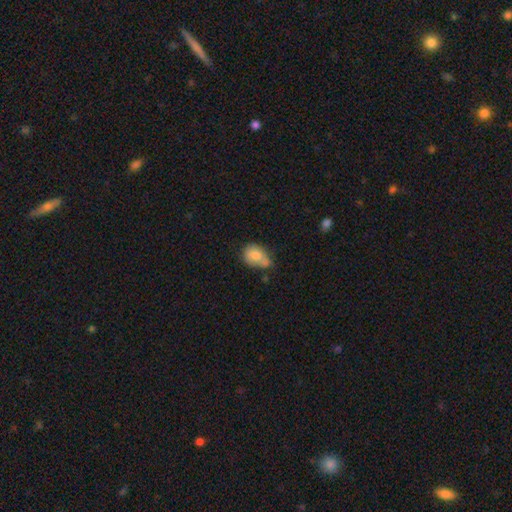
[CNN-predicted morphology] Overall: smooth (78%). How rounded: in between (64%; round 34%). Merging: none (35%; minor disturbance 28%).